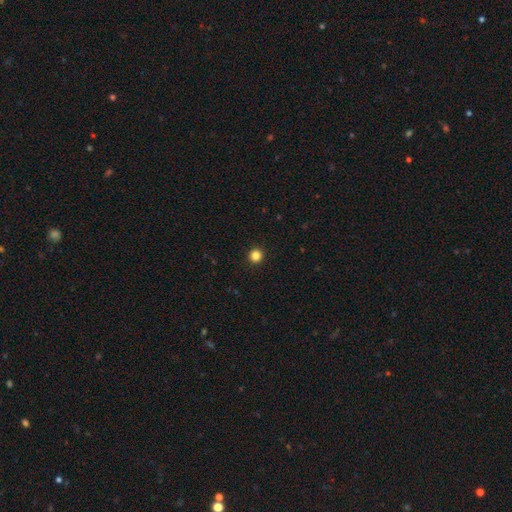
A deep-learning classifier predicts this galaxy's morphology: This is clearly a smooth galaxy (84%). How rounded: clearly round (95%). Merging: clearly none (94%).